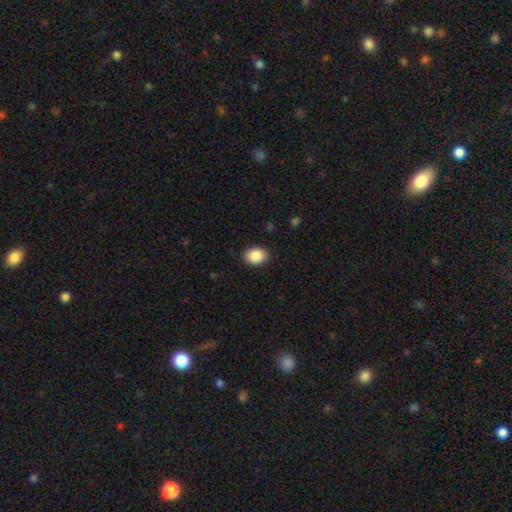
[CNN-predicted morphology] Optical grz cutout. It shows a smooth galaxy with no disk features (89%) that is in between round and cigar-shaped (66%). Merging: none (89%).